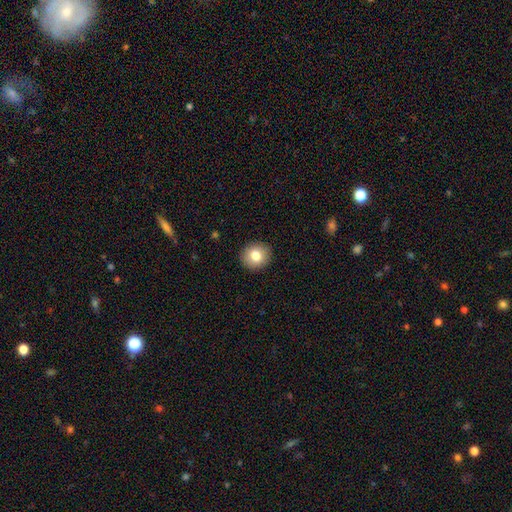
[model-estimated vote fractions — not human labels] smooth-or-featured: smooth: 80% | featured or disk: 10% | star or artifact: 9%
  how-rounded: round: 85% | in between: 14% | cigar-shaped: 1%
  merging: none: 92% | minor disturbance: 6% | major disturbance: 2% | merger: 1%